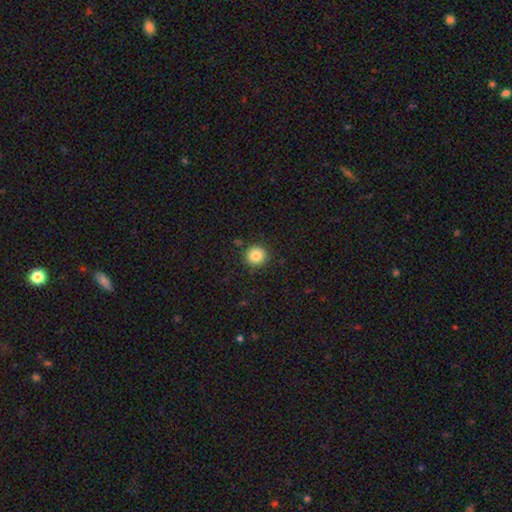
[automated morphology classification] smooth-or-featured: smooth: 84% | star or artifact: 10% | featured or disk: 6%
  how-rounded: round: 93% | in between: 6% | cigar-shaped: 1%
  merging: none: 89% | minor disturbance: 7% | major disturbance: 2% | merger: 2%